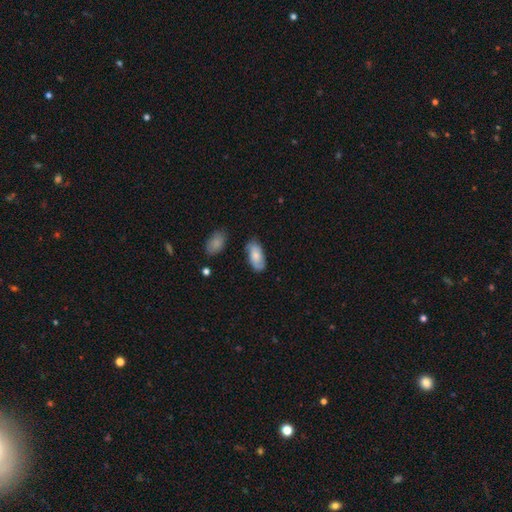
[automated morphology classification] smooth-or-featured: smooth: 63% | featured or disk: 31% | star or artifact: 7%
  how-rounded: in between: 92% | cigar-shaped: 5% | round: 3%
  merging: none: 73% | minor disturbance: 19% | major disturbance: 4% | merger: 3%